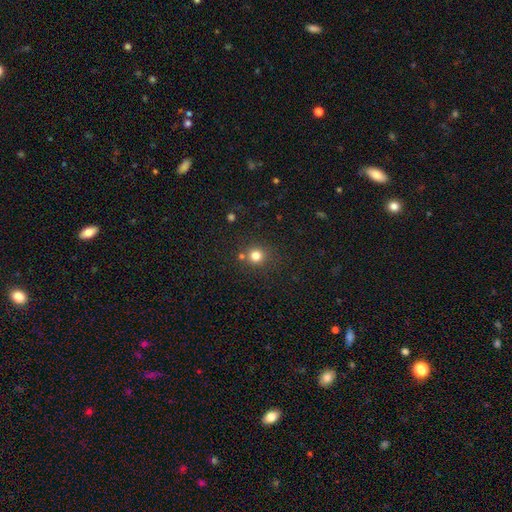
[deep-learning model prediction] A smooth galaxy with no disk features (79%) that is round (91%). Merging: none (76%).